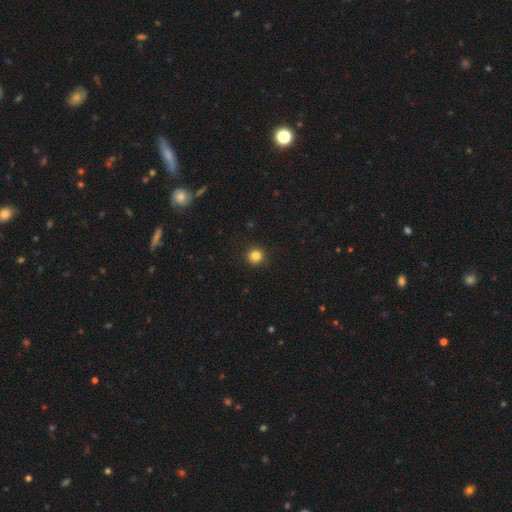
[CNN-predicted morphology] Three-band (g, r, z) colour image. It shows a smooth galaxy with no disk features (84%) that is round (94%). Merging: none (92%).